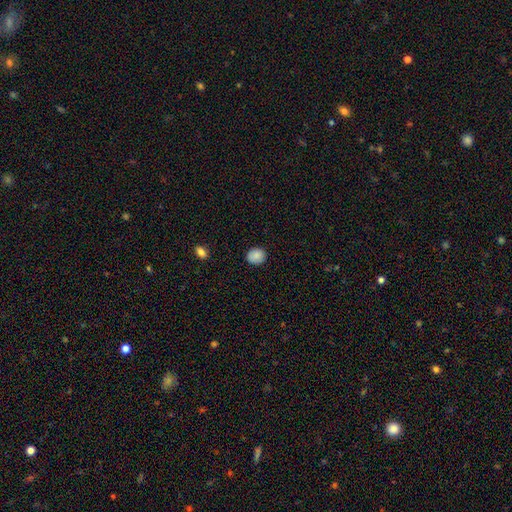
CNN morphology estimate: Smooth or featured: smooth — 87% (star or artifact — 9%)
How rounded: round — 73% (in between — 26%)
Merging: none — 87% (minor disturbance — 10%)